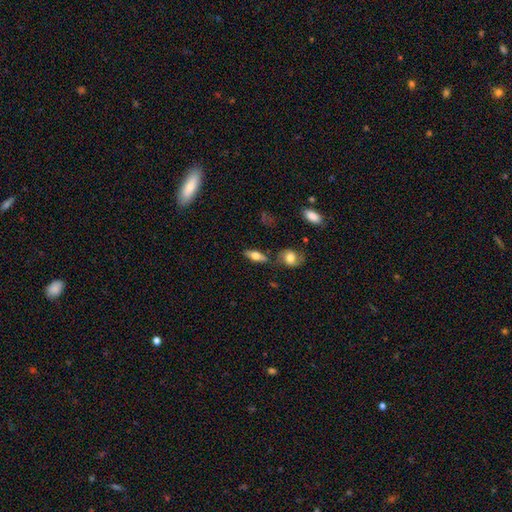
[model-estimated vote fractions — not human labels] Morphology: type=smooth (60%); roundness=in between (71%); merging=none (75%).